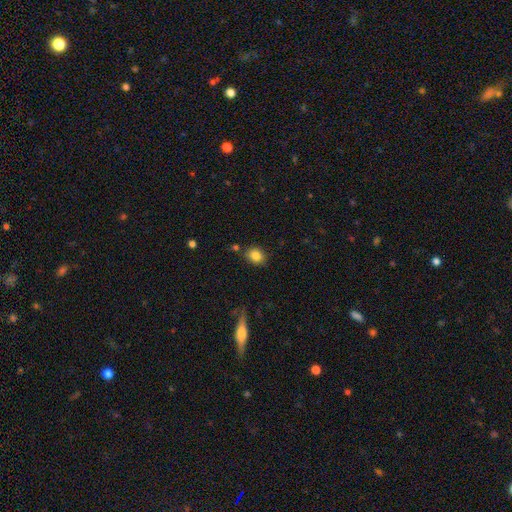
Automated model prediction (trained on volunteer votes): Smooth or featured: smooth — 84% (star or artifact — 10%)
How rounded: round — 56% (in between — 43%)
Merging: none — 79% (minor disturbance — 13%)